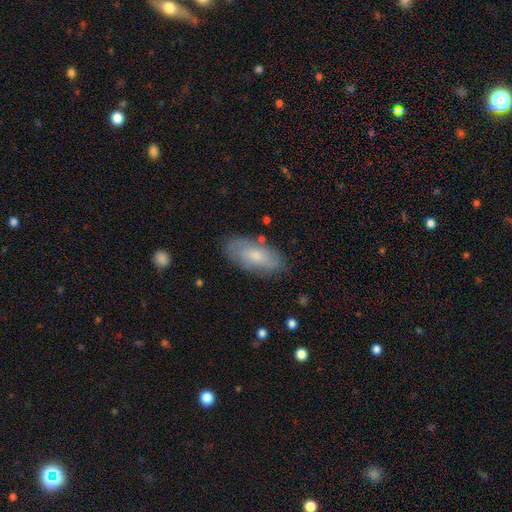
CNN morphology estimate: Overall: smooth (59%; featured or disk 34%). How rounded: in between (89%). Merging: none (78%).